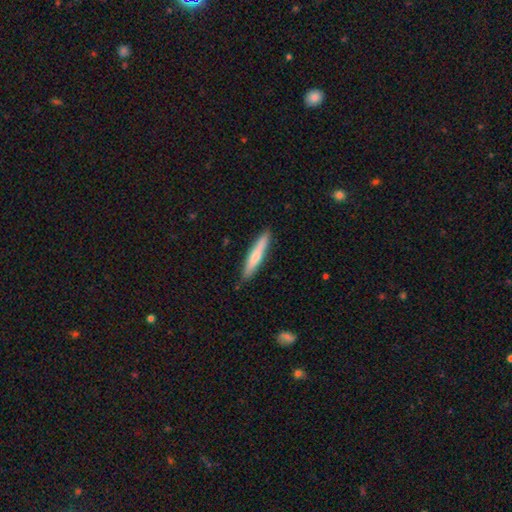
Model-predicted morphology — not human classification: Smooth or featured? smooth (62%)
How rounded? cigar-shaped (92%)
Merging? none (89%)